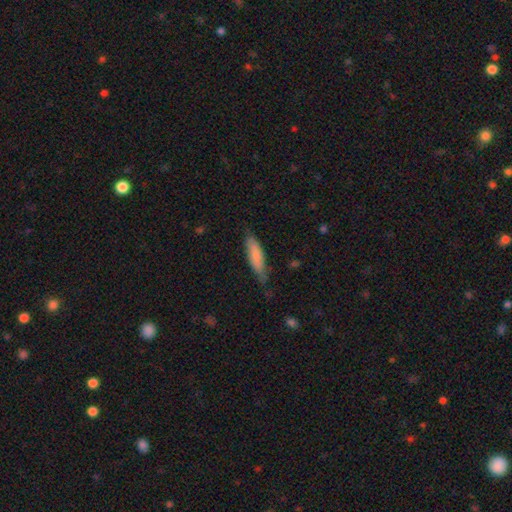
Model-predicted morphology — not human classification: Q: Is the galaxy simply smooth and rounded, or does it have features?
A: smooth — 79%.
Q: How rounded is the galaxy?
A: cigar-shaped — 66%.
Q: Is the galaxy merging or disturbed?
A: none — 67%.